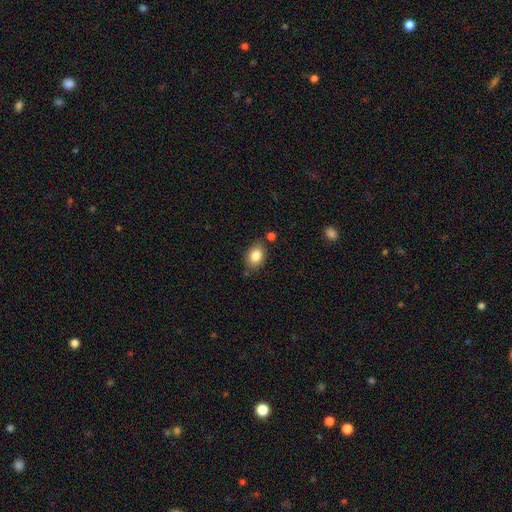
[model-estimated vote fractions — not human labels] Q: Smooth or featured?
A: smooth (84%); runner-up: star or artifact (8%)
Q: How rounded?
A: in between (80%); runner-up: round (19%)
Q: Merging?
A: none (76%); runner-up: minor disturbance (15%)